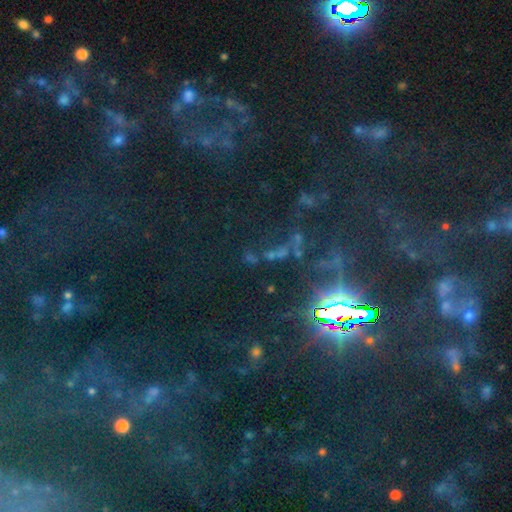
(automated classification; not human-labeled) This appears to be a star or artifact, not a galaxy (77%).